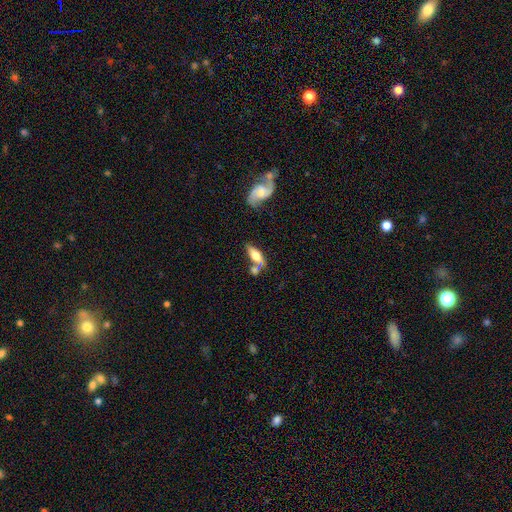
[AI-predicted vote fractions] Q: Smooth or featured?
A: smooth (53%); runner-up: featured or disk (41%)
Q: How rounded?
A: in between (67%); runner-up: cigar-shaped (30%)
Q: Merging?
A: none (42%); runner-up: merger (34%)